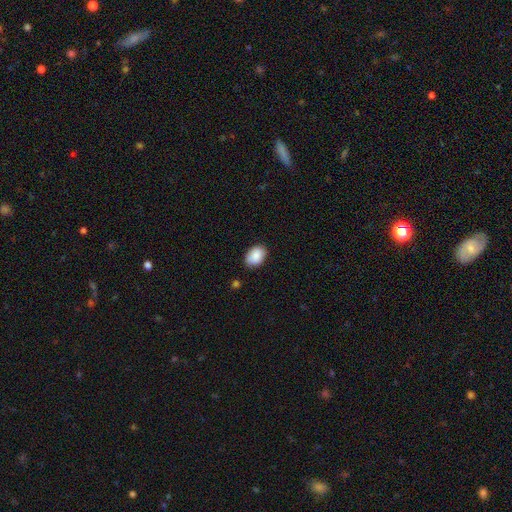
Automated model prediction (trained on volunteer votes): Smooth or featured? smooth (87%)
How rounded? in between (81%)
Merging? none (81%)